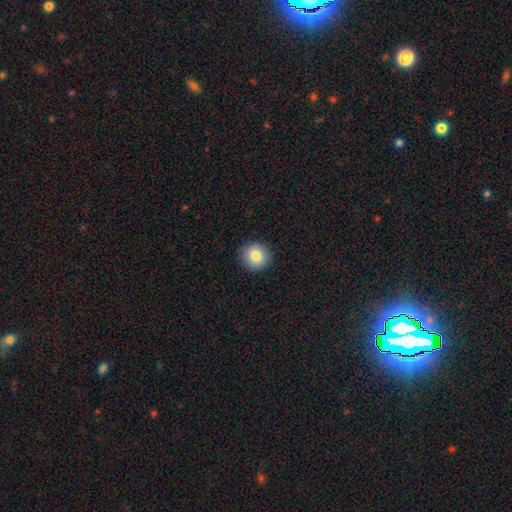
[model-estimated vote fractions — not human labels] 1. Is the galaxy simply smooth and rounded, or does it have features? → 83% smooth, 8% star or artifact, 8% featured or disk.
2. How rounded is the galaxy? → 93% round, 6% in between, 1% cigar-shaped.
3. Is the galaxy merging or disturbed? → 90% none, 7% minor disturbance, 2% major disturbance, 1% merger.